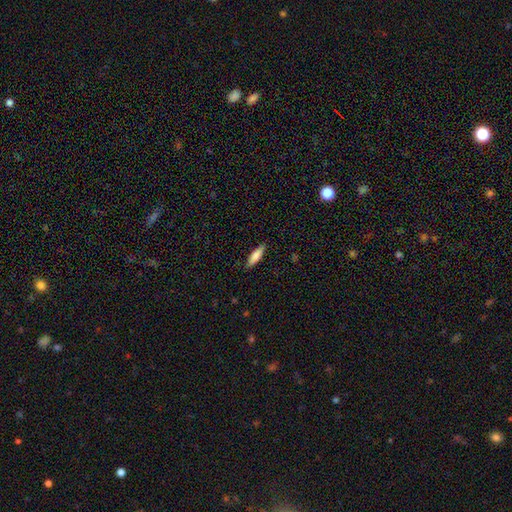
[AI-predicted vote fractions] Morphology: type=smooth (80%); roundness=cigar-shaped (63%); merging=none (88%).